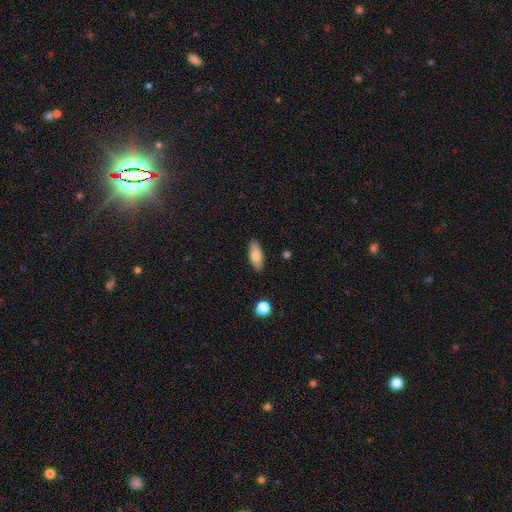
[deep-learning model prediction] The model was most divided on "how rounded": in between: 76%, cigar-shaped: 22%, round: 3%. More confident: merging — none (87%); smooth or featured — smooth (77%).